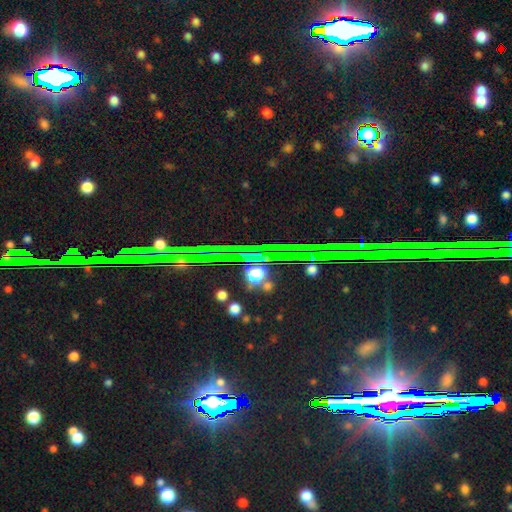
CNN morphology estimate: smooth-or-featured: star or artifact: 85% | featured or disk: 8% | smooth: 7%